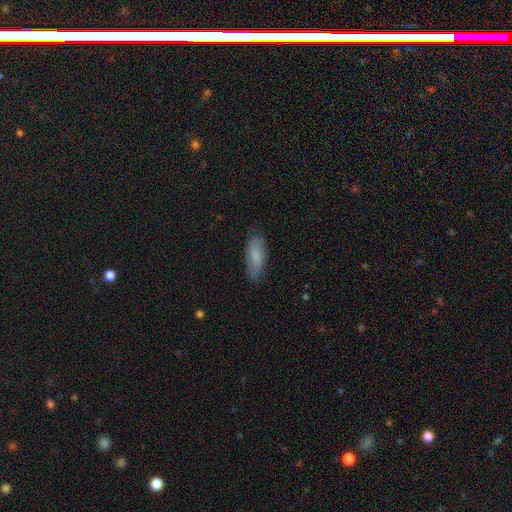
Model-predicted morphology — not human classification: Smooth or featured? Predicted: smooth (p=0.80). How rounded? Predicted: in between (p=0.66). Merging? Predicted: none (p=0.78).